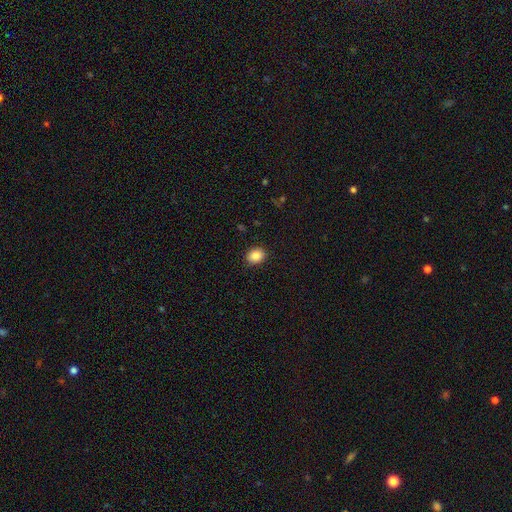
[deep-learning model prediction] smooth_or_featured: smooth (p=0.86) [alt: star or artifact p=0.09]
how_rounded: round (p=0.54) [alt: in between p=0.45]
merging: none (p=0.90) [alt: minor disturbance p=0.07]